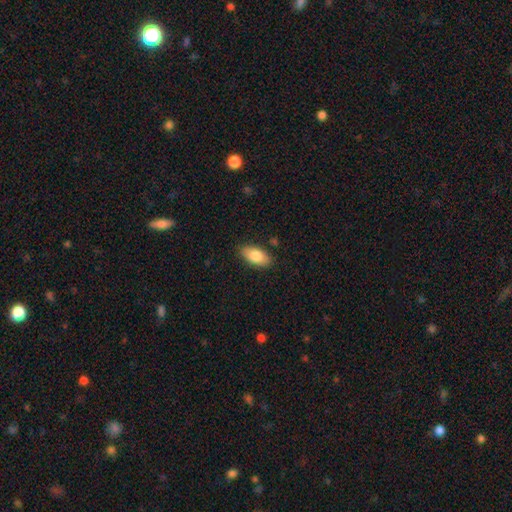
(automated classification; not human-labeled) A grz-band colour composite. It shows a smooth galaxy with no disk features (84%) that is in between round and cigar-shaped (92%). Merging: none (86%).